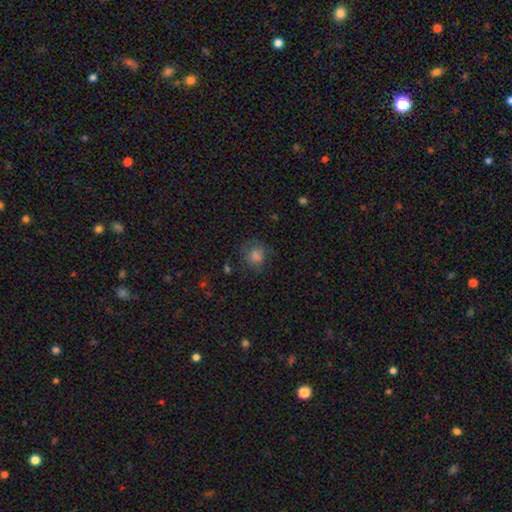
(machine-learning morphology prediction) A smooth galaxy with no disk features (74%) that is round (87%). Merging: none (73%).